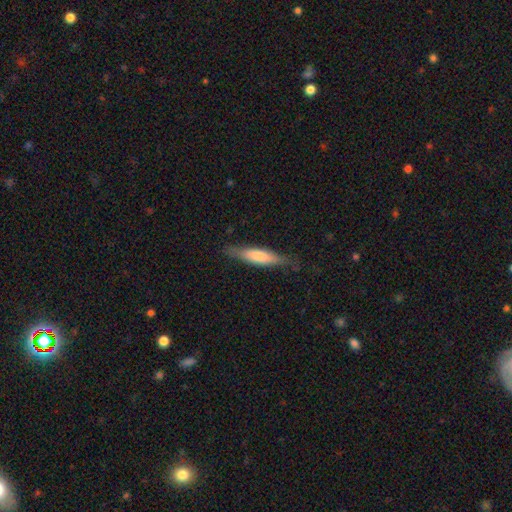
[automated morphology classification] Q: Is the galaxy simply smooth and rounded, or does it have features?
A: smooth — 62%.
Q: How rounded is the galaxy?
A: cigar-shaped — 82%.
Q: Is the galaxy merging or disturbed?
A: none — 81%.